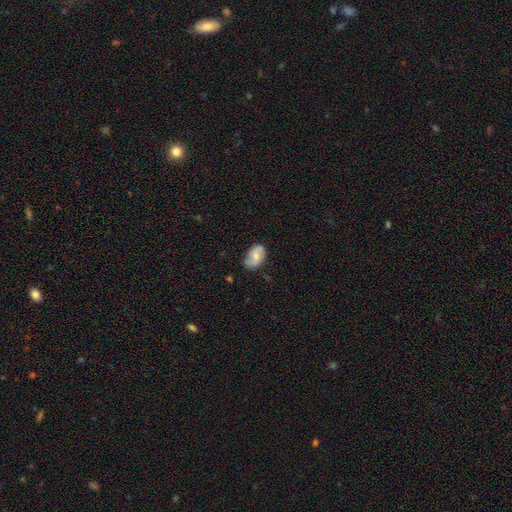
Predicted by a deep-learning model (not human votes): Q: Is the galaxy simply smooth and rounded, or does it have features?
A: smooth — 61%.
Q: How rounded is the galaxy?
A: in between — 91%.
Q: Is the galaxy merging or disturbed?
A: none — 71%.